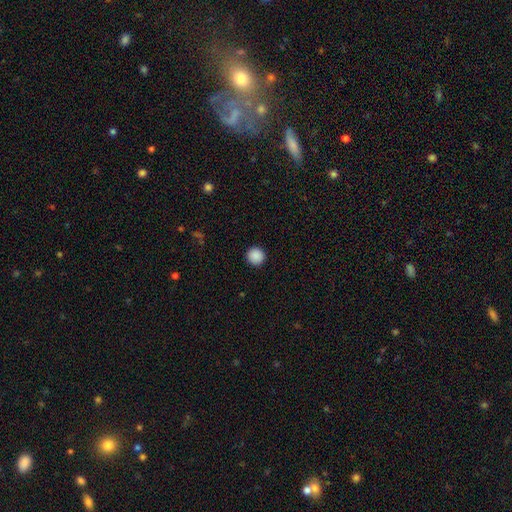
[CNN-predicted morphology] Smooth or featured: smooth — 89% (star or artifact — 9%)
How rounded: round — 95% (in between — 4%)
Merging: none — 93% (minor disturbance — 4%)